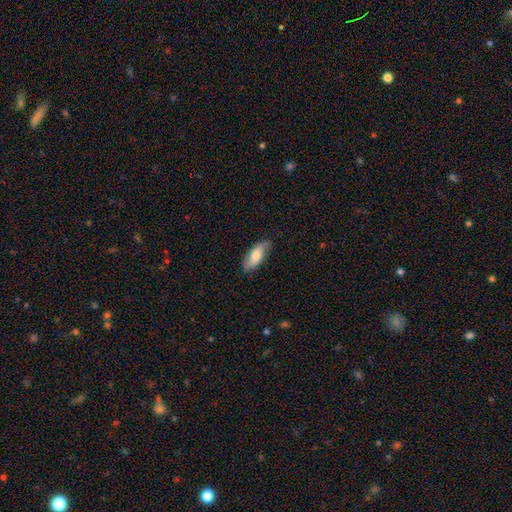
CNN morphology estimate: Overall: smooth (67%). How rounded: in between (75%). Merging: none (81%).